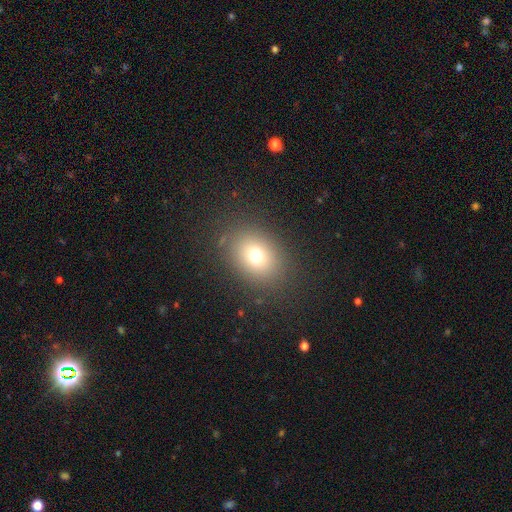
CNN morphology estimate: smooth-or-featured: smooth: 71% | star or artifact: 17% | featured or disk: 12%
  how-rounded: in between: 52% | round: 47% | cigar-shaped: 1%
  merging: none: 83% | minor disturbance: 9% | major disturbance: 6% | merger: 1%